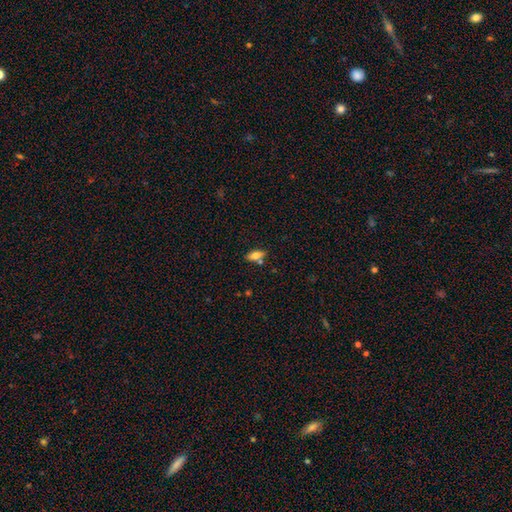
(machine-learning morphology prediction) The model was most divided on "smooth or featured": smooth: 73%, featured or disk: 19%, star or artifact: 8%. More confident: how rounded — in between (84%); merging — none (71%).